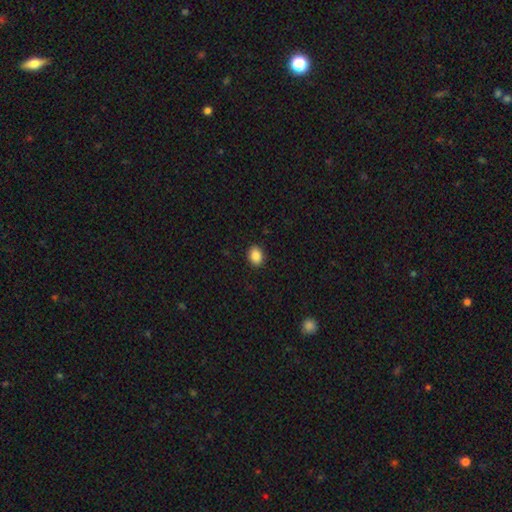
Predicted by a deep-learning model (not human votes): The model was most divided on "how rounded": in between: 66%, round: 33%, cigar-shaped: 1%. More confident: merging — none (90%); smooth or featured — smooth (88%).